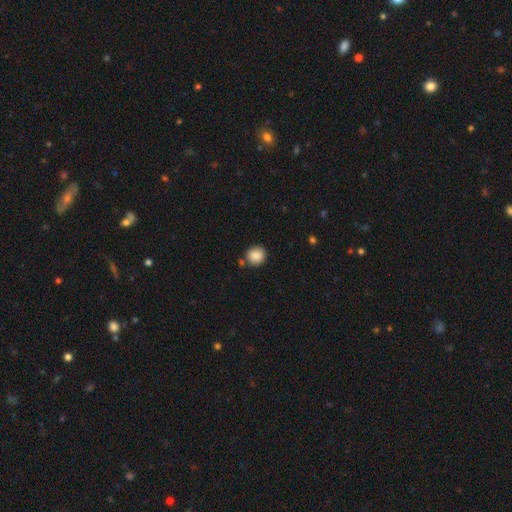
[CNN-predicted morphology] Smooth or featured? smooth (88%)
How rounded? round (85%)
Merging? none (81%)